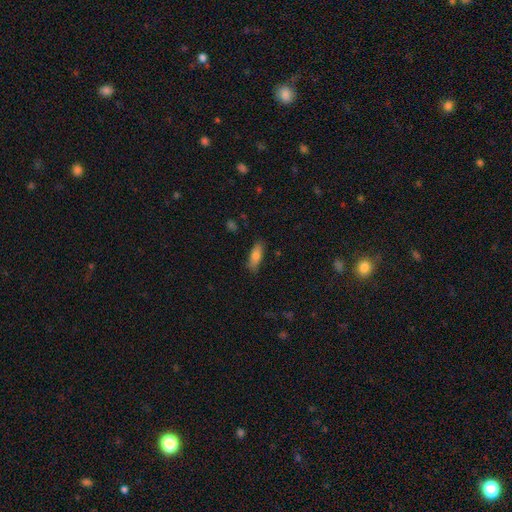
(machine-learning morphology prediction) Smooth or featured? Predicted: smooth (p=0.77). How rounded? Predicted: in between (p=0.65). Merging? Predicted: none (p=0.82).